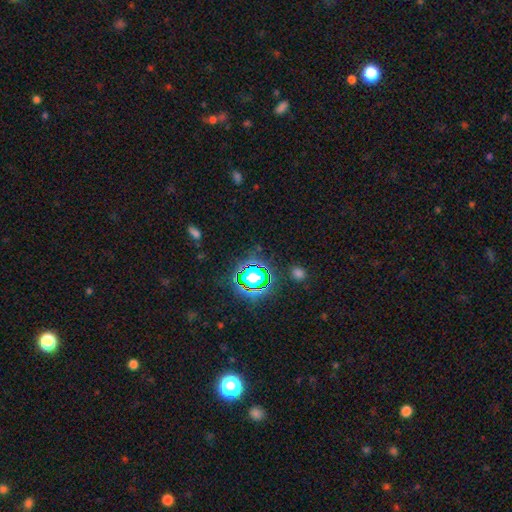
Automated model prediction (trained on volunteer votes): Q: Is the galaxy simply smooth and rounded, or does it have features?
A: star or artifact — 78%.